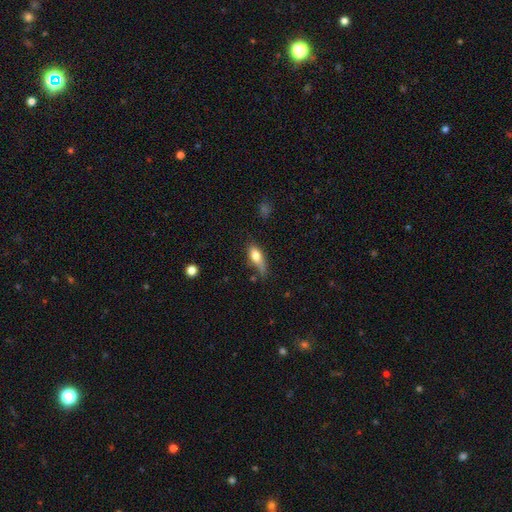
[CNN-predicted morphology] Q: Smooth or featured?
A: smooth (73%); runner-up: featured or disk (19%)
Q: How rounded?
A: in between (72%); runner-up: cigar-shaped (22%)
Q: Merging?
A: none (41%); runner-up: minor disturbance (35%)